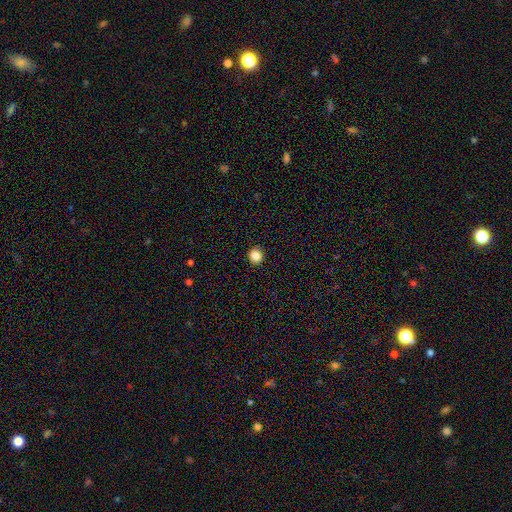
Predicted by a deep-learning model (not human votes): Smooth or featured? smooth (86%)
How rounded? round (93%)
Merging? none (93%)